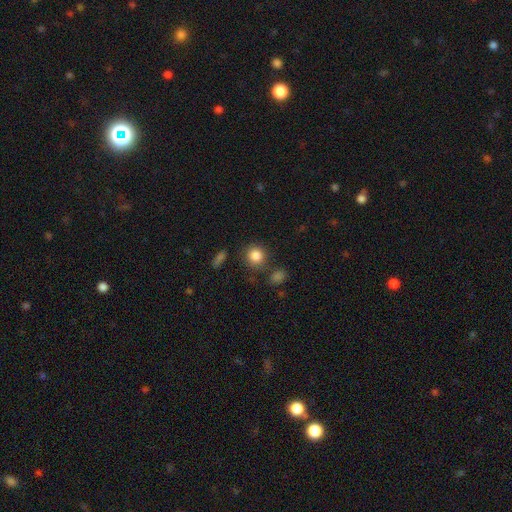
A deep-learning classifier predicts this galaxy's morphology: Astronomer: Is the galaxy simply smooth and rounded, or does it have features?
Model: smooth — 85%.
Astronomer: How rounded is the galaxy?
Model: round — 87%.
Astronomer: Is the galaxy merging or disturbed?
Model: none — 80%.